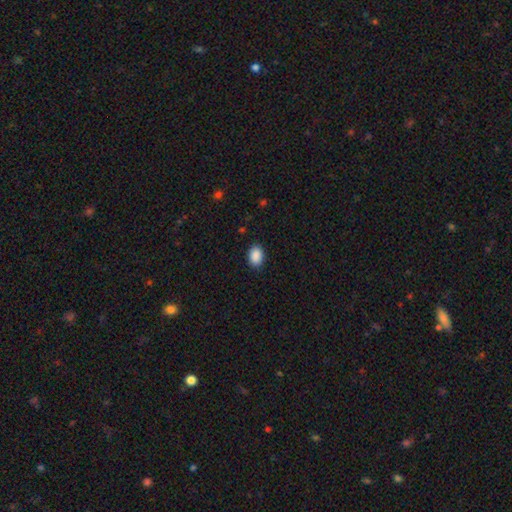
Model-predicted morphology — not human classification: Smooth or featured? Predicted: smooth (p=0.90). How rounded? Predicted: in between (p=0.80). Merging? Predicted: none (p=0.88).